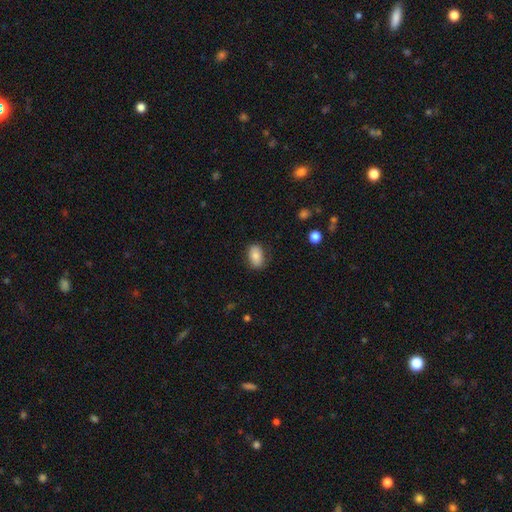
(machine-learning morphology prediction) smooth_or_featured: smooth (p=0.83) [alt: featured or disk p=0.10]
how_rounded: in between (p=0.87) [alt: round p=0.11]
merging: none (p=0.79) [alt: minor disturbance p=0.15]